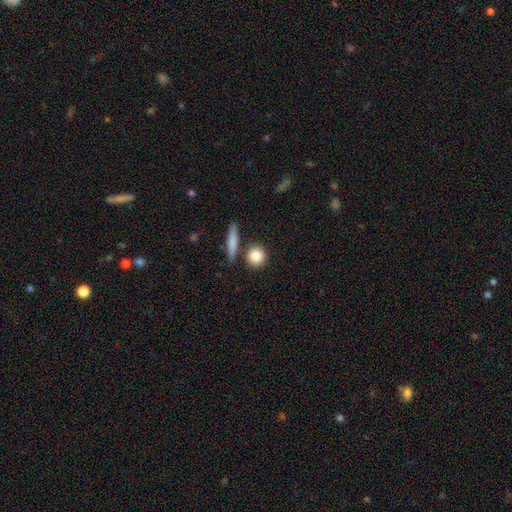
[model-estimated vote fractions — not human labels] This appears to be a smooth galaxy with no disk features (86%) that is round (84%). Merging: none (79%).